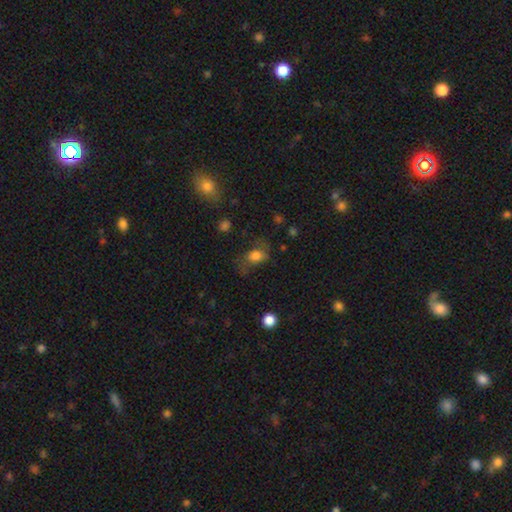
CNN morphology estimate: Smooth or featured?
  - smooth: 73% *
  - featured or disk: 15%
  - star or artifact: 12%
How rounded?
  - in between: 68% *
  - round: 29%
  - cigar-shaped: 2%
Merging?
  - none: 50% *
  - minor disturbance: 24%
  - major disturbance: 23%
  - merger: 3%